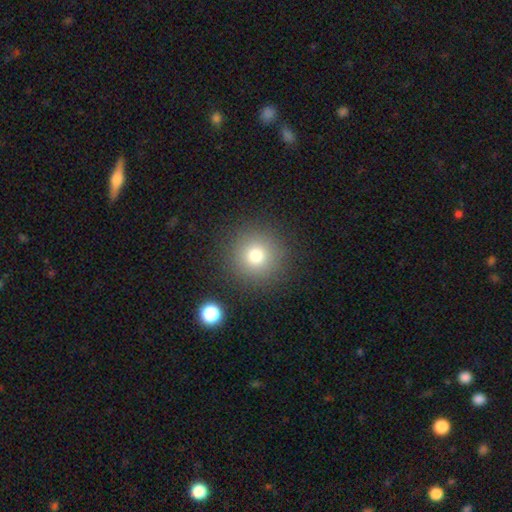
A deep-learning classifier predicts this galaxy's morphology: type=smooth (76%); roundness=round (95%); merging=none (89%).